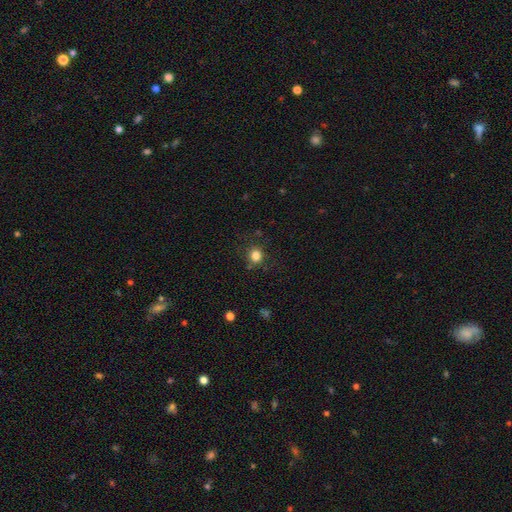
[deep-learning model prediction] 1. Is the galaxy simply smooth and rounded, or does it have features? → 82% smooth, 13% star or artifact, 5% featured or disk.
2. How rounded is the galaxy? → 89% round, 10% in between, 1% cigar-shaped.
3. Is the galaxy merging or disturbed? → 84% none, 10% minor disturbance, 3% major disturbance, 3% merger.